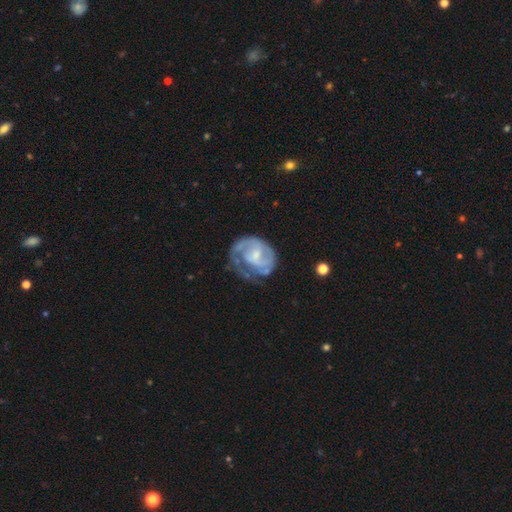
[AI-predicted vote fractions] This appears to be a featured or disk galaxy (79%) with a weak bar (49%), 2 (46%) tight (45%) spiral arms (89%) and a small central bulge (47%). Merging: none (47%).